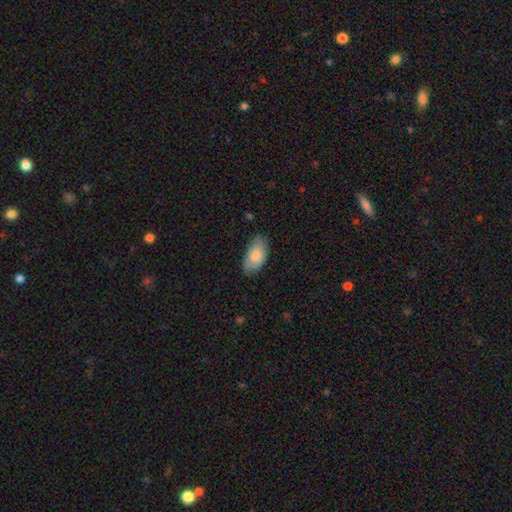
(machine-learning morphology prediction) Smooth or featured? Predicted: smooth (p=0.79). How rounded? Predicted: in between (p=0.94). Merging? Predicted: none (p=0.71).